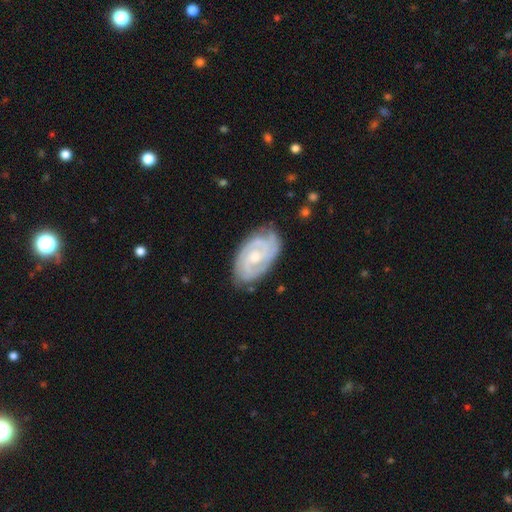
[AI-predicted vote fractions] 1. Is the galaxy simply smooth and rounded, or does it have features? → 86% featured or disk, 9% smooth, 5% star or artifact.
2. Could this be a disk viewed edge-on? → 97% no, 3% yes.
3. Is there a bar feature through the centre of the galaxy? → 62% no, 32% weak, 6% strong.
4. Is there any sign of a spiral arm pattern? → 97% yes, 3% no.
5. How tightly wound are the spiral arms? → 70% tight, 25% medium, 4% loose.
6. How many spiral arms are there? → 43% 2, 24% 3, 19% can't tell, 6% 4, 4% 1, 4% more than 4.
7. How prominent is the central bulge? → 49% moderate, 45% small, 3% none, 3% large, 1% dominant.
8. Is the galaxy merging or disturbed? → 77% none, 18% minor disturbance, 4% major disturbance, 1% merger.